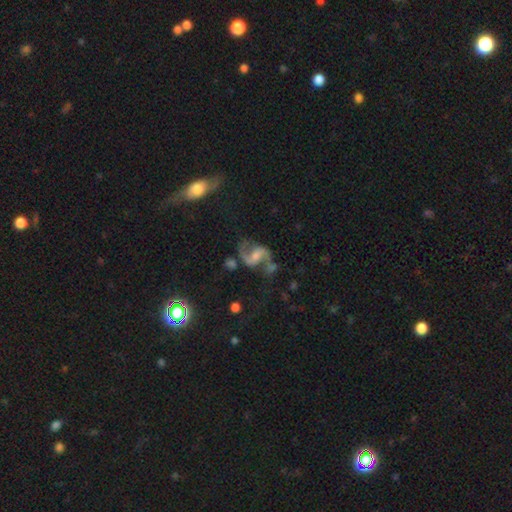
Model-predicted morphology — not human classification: Overall: featured or disk (84%). Edge-on disk: no (98%). Bar: weak (46%; no 35%). Spiral arms: yes (95%). Spiral arm count: 2 (92%). Spiral winding: loose (57%; medium 37%). Bulge size: moderate (44%; small 39%). Merging: none (56%; minor disturbance 18%).